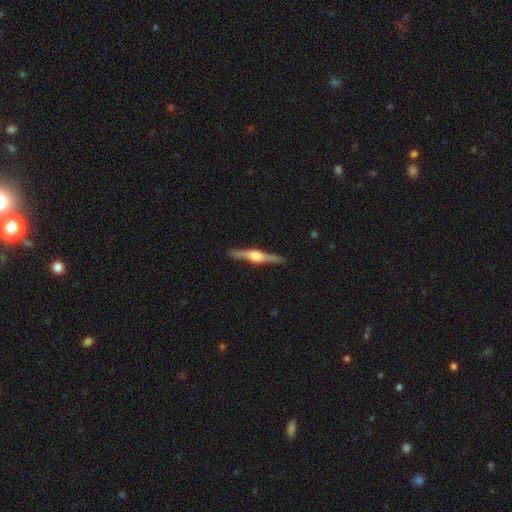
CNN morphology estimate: A featured or disk galaxy (79%) viewed edge-on (98%) with a rounded central bulge (89%). Merging: none (89%).